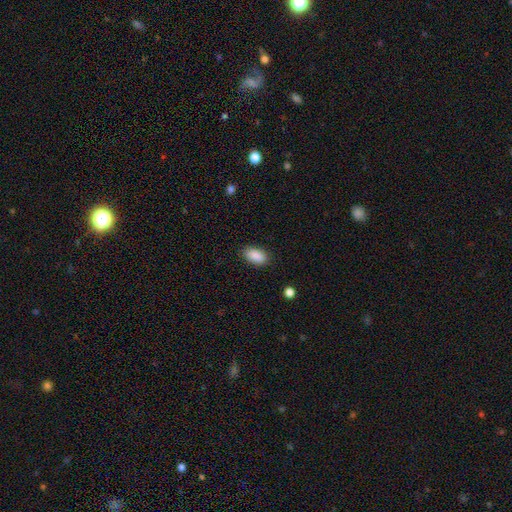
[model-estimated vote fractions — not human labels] Smooth or featured? smooth (90%)
How rounded? in between (93%)
Merging? none (87%)